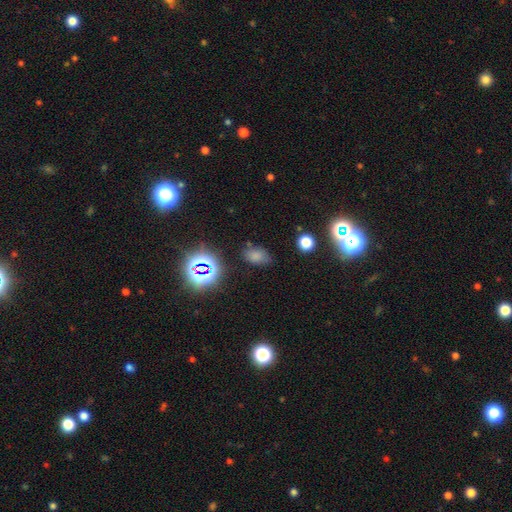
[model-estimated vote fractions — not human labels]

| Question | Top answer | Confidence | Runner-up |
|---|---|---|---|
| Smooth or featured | smooth | 68% | star or artifact (24%) |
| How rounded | in between | 82% | round (16%) |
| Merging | none | 72% | minor disturbance (19%) |